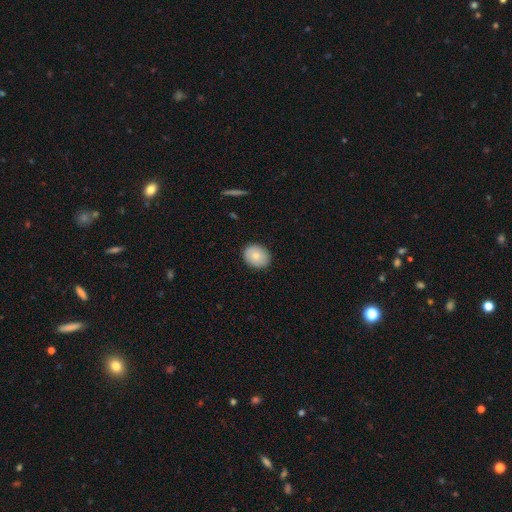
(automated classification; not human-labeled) Smooth or featured? Predicted: smooth (p=0.78). How rounded? Predicted: round (p=0.56). Merging? Predicted: none (p=0.88).